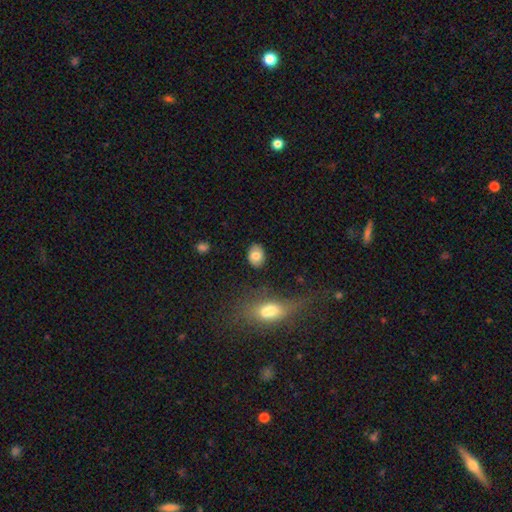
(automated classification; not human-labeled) smooth 81%, featured or disk 11%, star or artifact 8%. Down the decision tree: how rounded — in between (71%); merging — none (85%).